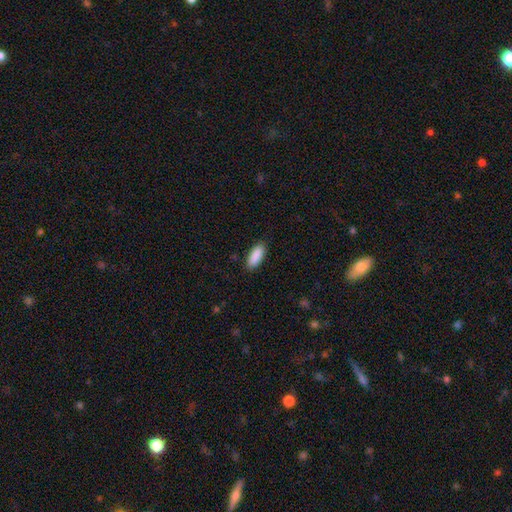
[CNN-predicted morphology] Smooth or featured: smooth — 91% (star or artifact — 6%)
How rounded: in between — 79% (cigar-shaped — 20%)
Merging: none — 88% (minor disturbance — 9%)